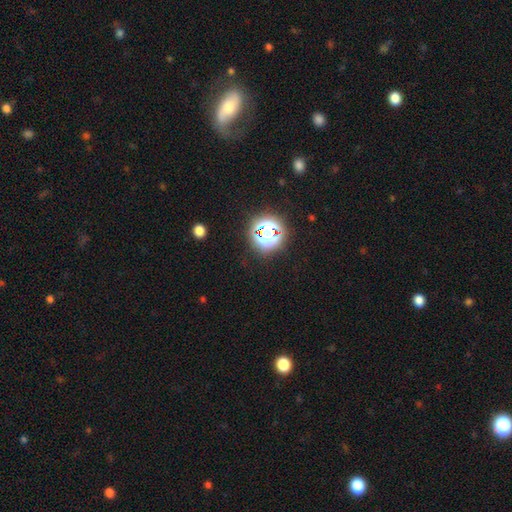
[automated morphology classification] smooth_or_featured: star or artifact (p=0.67) [alt: smooth p=0.22]